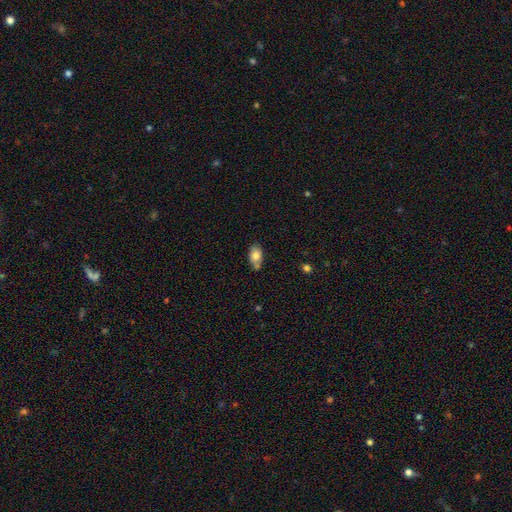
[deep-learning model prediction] smooth 77%, featured or disk 15%, star or artifact 8%. Down the decision tree: how rounded — in between (88%); merging — none (61%).